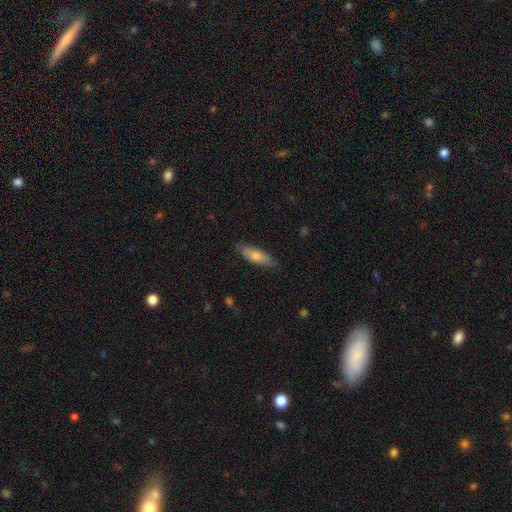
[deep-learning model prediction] This appears to be a smooth galaxy with no disk features (55%) that is cigar-shaped (64%). Merging: none (85%).